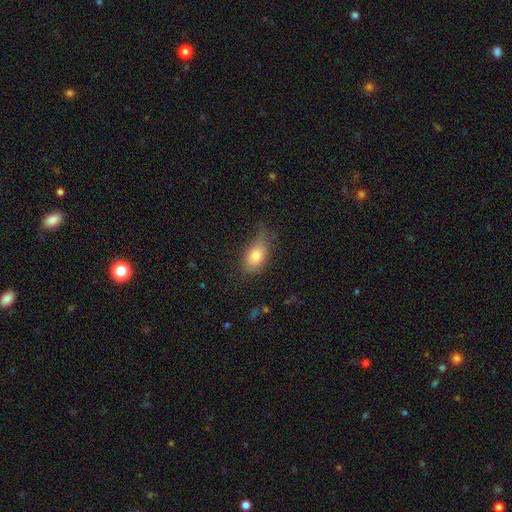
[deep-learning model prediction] Q: Smooth or featured?
A: smooth (81%); runner-up: featured or disk (11%)
Q: How rounded?
A: in between (87%); runner-up: round (7%)
Q: Merging?
A: none (57%); runner-up: minor disturbance (31%)